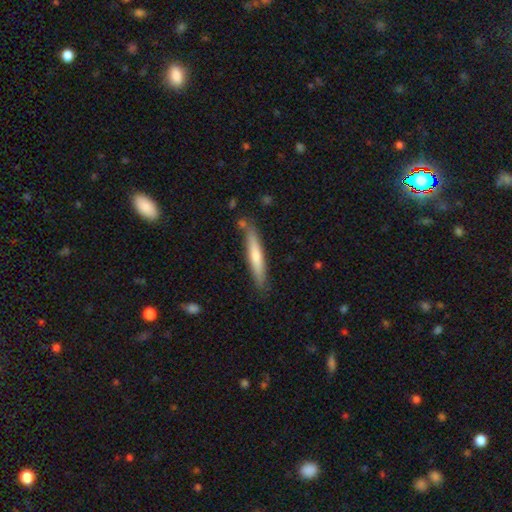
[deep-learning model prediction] smooth_or_featured: featured or disk (p=0.51) [alt: smooth p=0.42]
disk_edge_on: yes (p=0.92) [alt: no p=0.08]
merging: none (p=0.84) [alt: minor disturbance p=0.12]